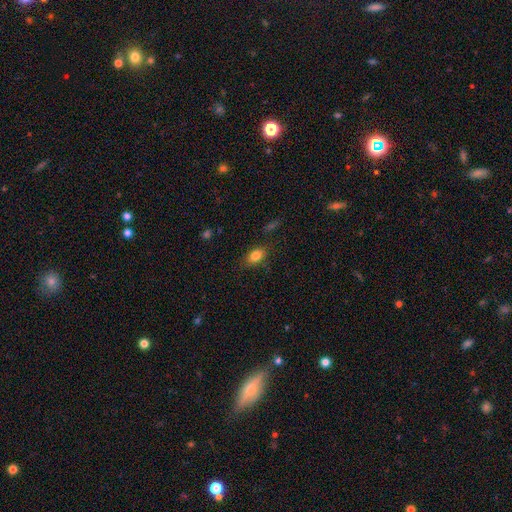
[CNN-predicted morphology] Smooth or featured?
  - smooth: 82% *
  - star or artifact: 10%
  - featured or disk: 9%
How rounded?
  - in between: 82% *
  - round: 15%
  - cigar-shaped: 3%
Merging?
  - none: 80% *
  - minor disturbance: 14%
  - major disturbance: 4%
  - merger: 2%